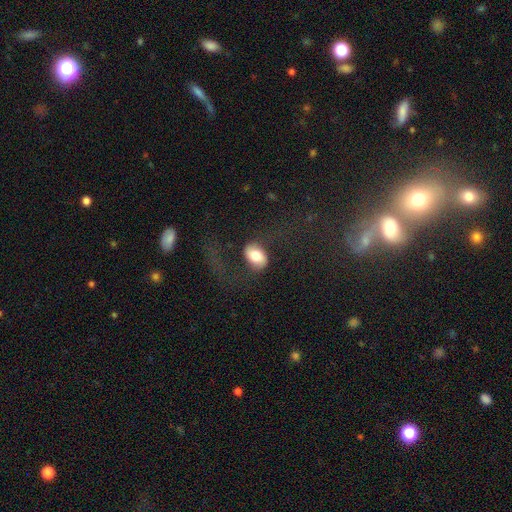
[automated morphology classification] Smooth or featured: smooth — 64% (featured or disk — 29%)
How rounded: in between — 86% (round — 12%)
Merging: none — 56% (major disturbance — 24%)